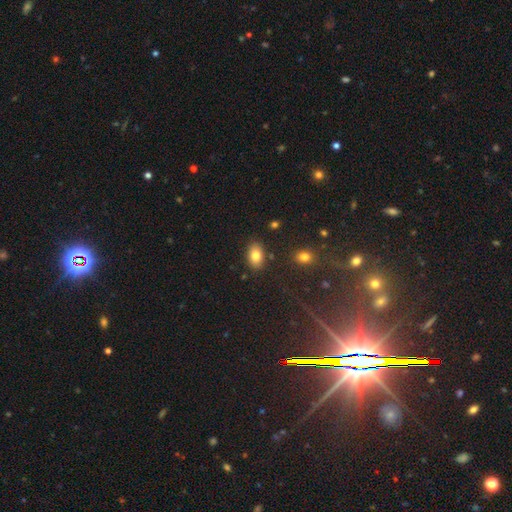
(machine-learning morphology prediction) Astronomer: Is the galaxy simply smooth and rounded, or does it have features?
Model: smooth — 82%.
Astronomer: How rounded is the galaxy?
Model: in between — 87%.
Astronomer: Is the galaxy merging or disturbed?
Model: none — 85%.